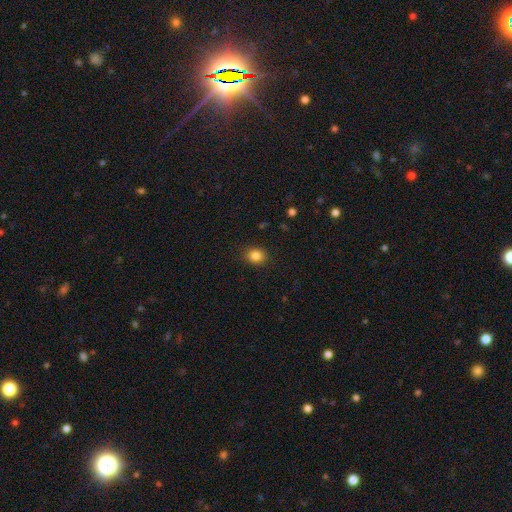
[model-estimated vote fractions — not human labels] This is clearly a smooth galaxy (85%). How rounded: likely round (60%). Merging: clearly none (89%).